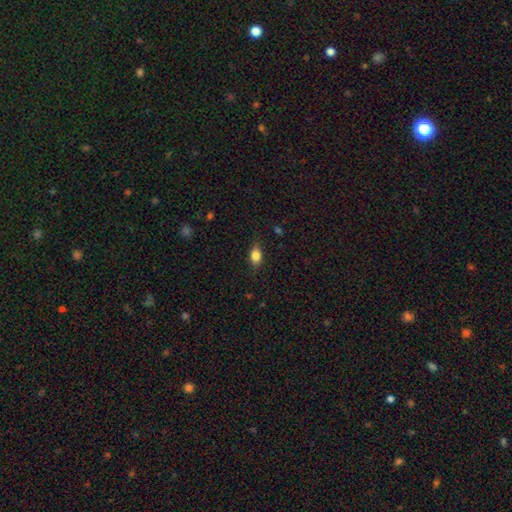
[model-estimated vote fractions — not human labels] Q: Smooth or featured?
A: smooth (83%); runner-up: star or artifact (9%)
Q: How rounded?
A: in between (80%); runner-up: round (15%)
Q: Merging?
A: none (82%); runner-up: minor disturbance (14%)